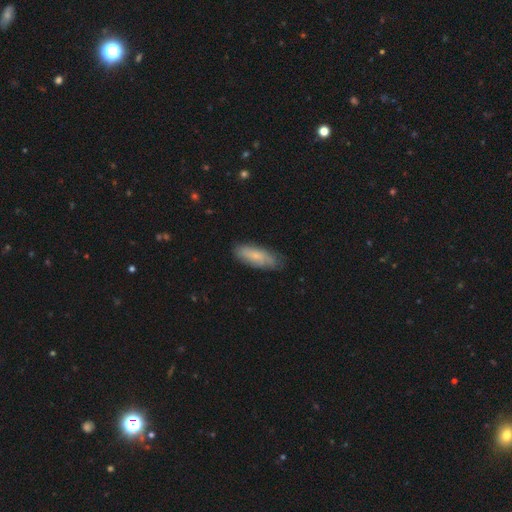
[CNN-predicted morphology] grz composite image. It shows a smooth galaxy with no disk features (63%) that is in between round and cigar-shaped (68%). Merging: none (74%).